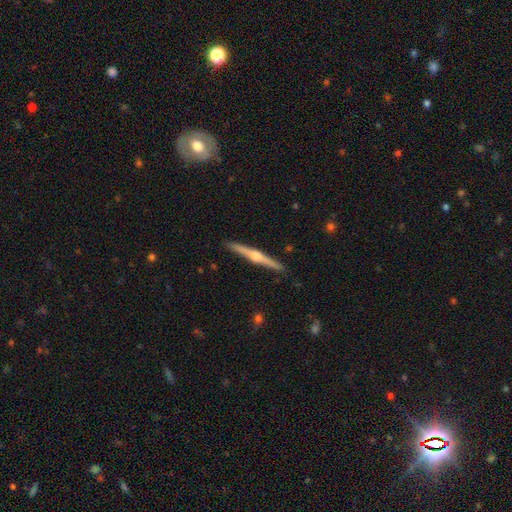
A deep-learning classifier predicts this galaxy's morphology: smooth-or-featured: featured or disk: 77% | smooth: 17% | star or artifact: 5%
  disk-edge-on: yes: 98% | no: 2%
    edge-on-bulge: rounded: 86% | none: 8% | boxy: 5%
  merging: none: 91% | minor disturbance: 7% | major disturbance: 1% | merger: 1%